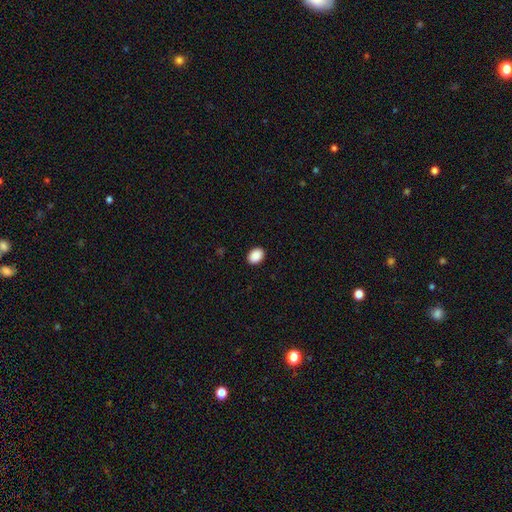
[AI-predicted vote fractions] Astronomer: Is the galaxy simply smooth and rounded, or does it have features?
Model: smooth — 90%.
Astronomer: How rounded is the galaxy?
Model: in between — 64%.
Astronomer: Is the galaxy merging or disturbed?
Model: none — 92%.